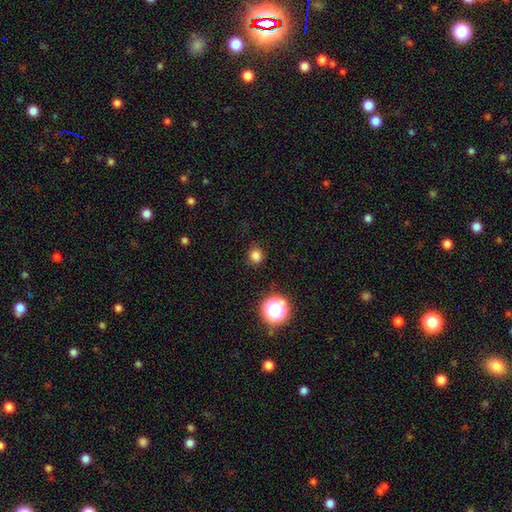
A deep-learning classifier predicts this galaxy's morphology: This appears to be a smooth galaxy with no disk features (80%) that is round (87%). Merging: none (86%).